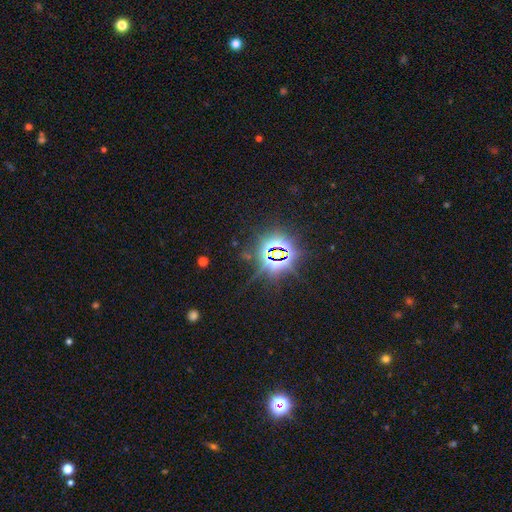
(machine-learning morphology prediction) This is clearly a star or artifact rather than a galaxy (84%).